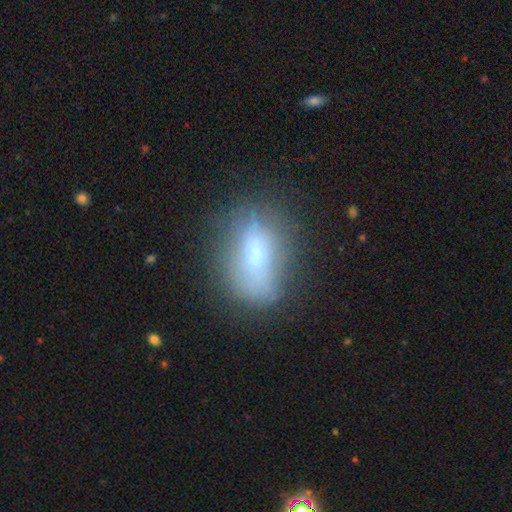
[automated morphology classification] A smooth galaxy with no disk features (60%) that is in between round and cigar-shaped (82%). Merging: none (58%).